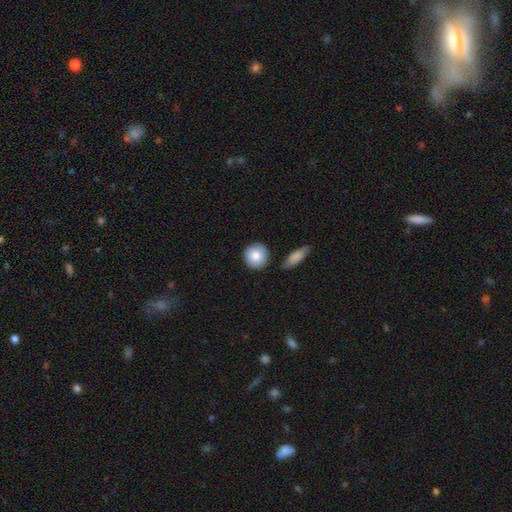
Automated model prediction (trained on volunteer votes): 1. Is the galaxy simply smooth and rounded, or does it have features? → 85% smooth, 9% featured or disk, 6% star or artifact.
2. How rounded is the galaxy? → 90% round, 8% in between, 1% cigar-shaped.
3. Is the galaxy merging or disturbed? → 82% none, 10% minor disturbance, 6% merger, 2% major disturbance.